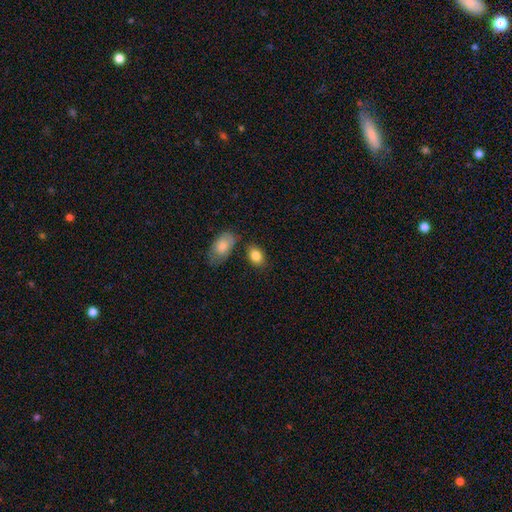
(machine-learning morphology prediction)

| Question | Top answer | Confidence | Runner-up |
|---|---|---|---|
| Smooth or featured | smooth | 85% | featured or disk (8%) |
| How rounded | in between | 84% | round (14%) |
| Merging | none | 73% | minor disturbance (13%) |